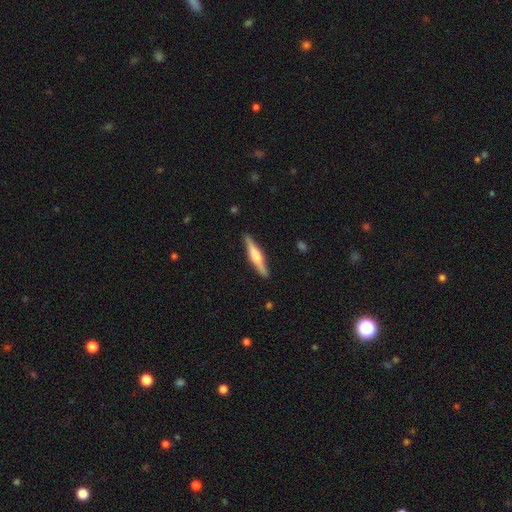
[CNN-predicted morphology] The model was most divided on "smooth or featured": featured or disk: 57%, smooth: 38%, star or artifact: 5%. More confident: edge-on disk — yes (97%); merging — none (89%); edge-on bulge — rounded (63%).